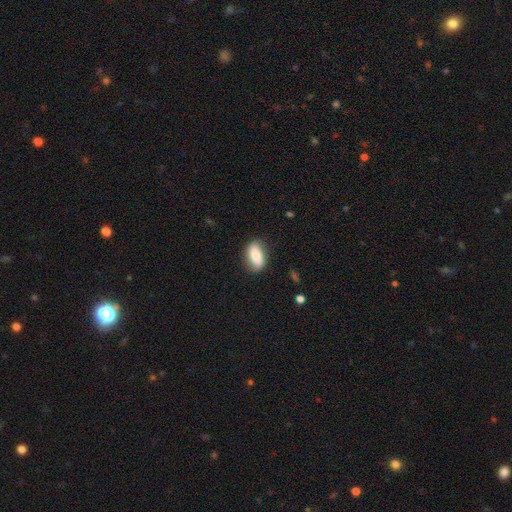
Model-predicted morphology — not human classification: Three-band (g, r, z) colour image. It shows a smooth galaxy with no disk features (69%) that is in between round and cigar-shaped (87%). Merging: none (80%).